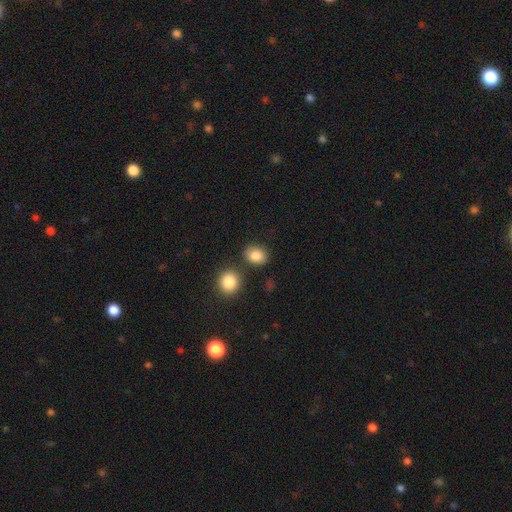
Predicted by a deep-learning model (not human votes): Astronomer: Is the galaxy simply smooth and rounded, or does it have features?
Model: smooth — 85%.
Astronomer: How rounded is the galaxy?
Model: round — 52% (runner-up: in between, 47%).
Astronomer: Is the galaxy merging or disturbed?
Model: none — 76%.